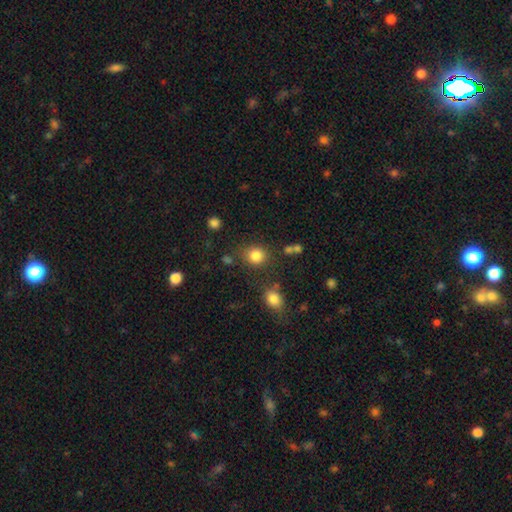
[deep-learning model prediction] Smooth or featured? smooth (83%)
How rounded? round (78%)
Merging? none (75%)